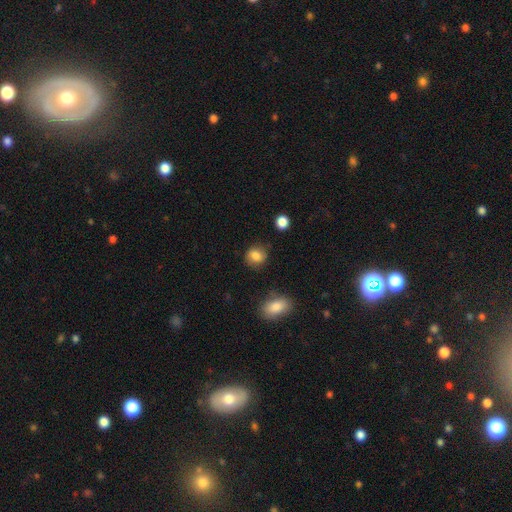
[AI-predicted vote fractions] A smooth galaxy with no disk features (82%) that is round (73%). Merging: none (78%).